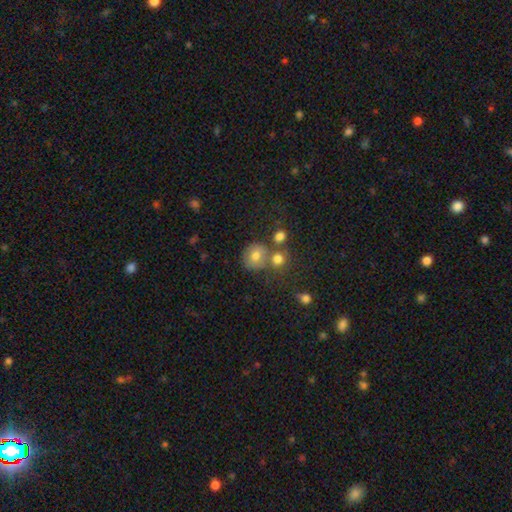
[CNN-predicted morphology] A smooth galaxy with no disk features (73%) that is round (82%).

Vote fractions:
- Smooth or featured? smooth: 73% / featured or disk: 15% / star or artifact: 12%
- How rounded? round: 82% / in between: 17% / cigar-shaped: 1%
- Merging? none: 55% / merger: 27% / minor disturbance: 13% / major disturbance: 5%